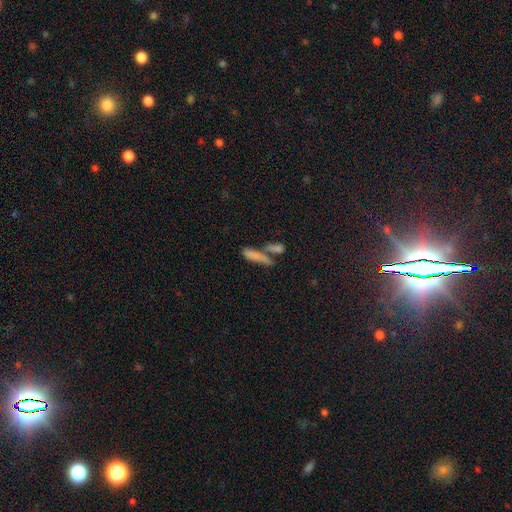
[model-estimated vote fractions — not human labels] This is likely a smooth galaxy (73%). How rounded: likely cigar-shaped (66%). Merging: marginally merger (44%).